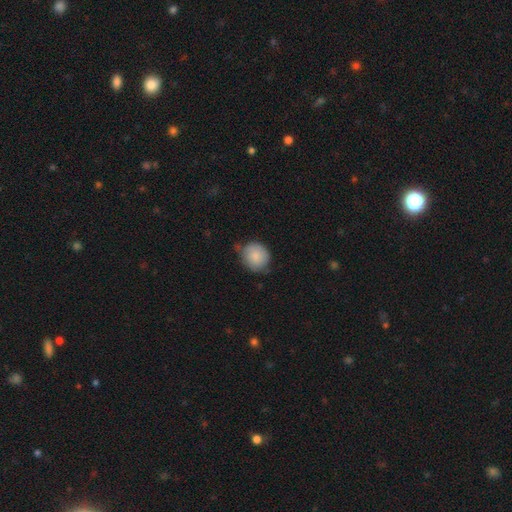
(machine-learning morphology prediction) smooth-or-featured: smooth: 84% | featured or disk: 9% | star or artifact: 7%
  how-rounded: round: 76% | in between: 23% | cigar-shaped: 1%
  merging: none: 56% | minor disturbance: 34% | major disturbance: 7% | merger: 3%